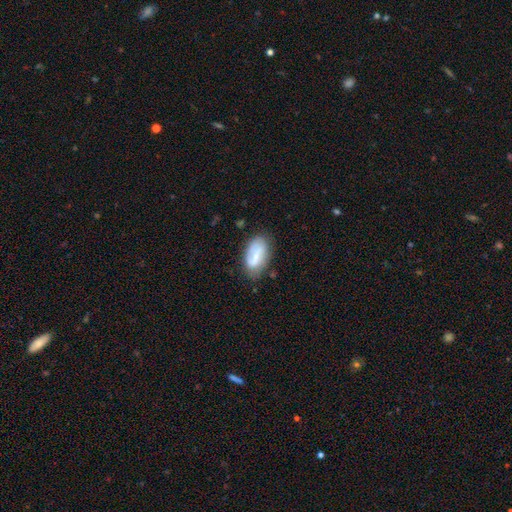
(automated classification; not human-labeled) Smooth or featured? smooth (56%)
How rounded? in between (93%)
Merging? none (66%)